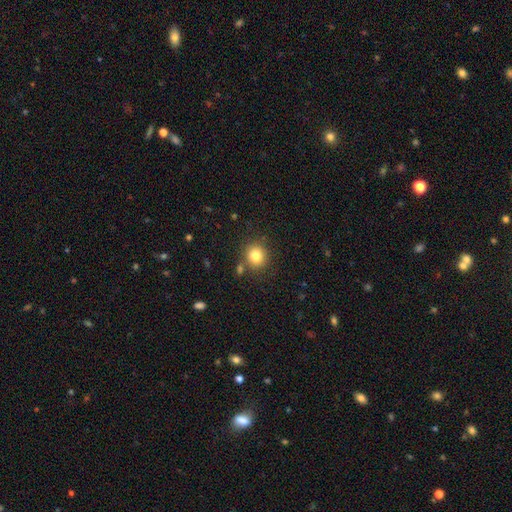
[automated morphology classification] Smooth or featured: smooth — 81% (star or artifact — 11%)
How rounded: round — 87% (in between — 13%)
Merging: none — 81% (minor disturbance — 9%)